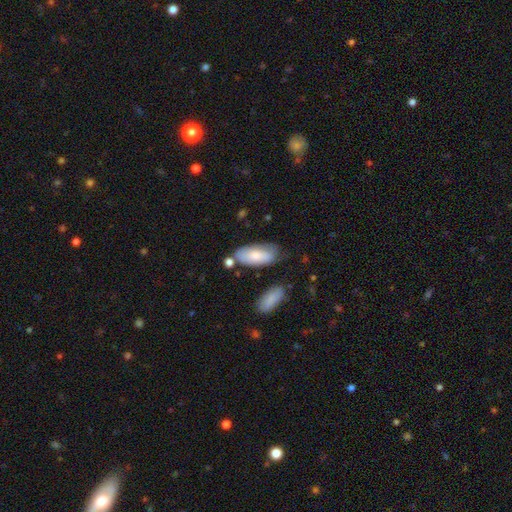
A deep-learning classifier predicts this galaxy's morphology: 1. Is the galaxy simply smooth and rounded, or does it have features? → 76% smooth, 19% featured or disk, 6% star or artifact.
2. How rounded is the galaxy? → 85% in between, 13% cigar-shaped, 2% round.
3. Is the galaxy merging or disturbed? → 59% none, 24% minor disturbance, 9% merger, 7% major disturbance.